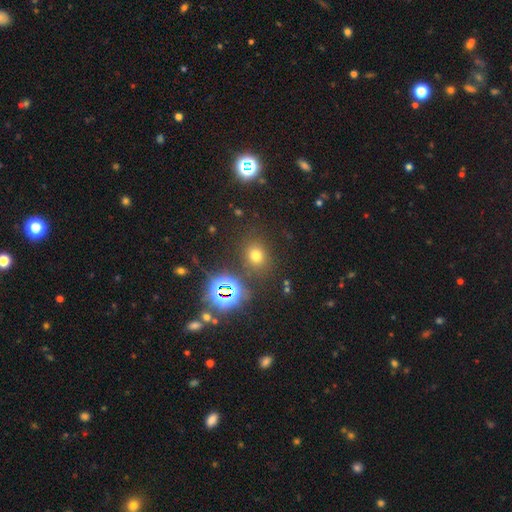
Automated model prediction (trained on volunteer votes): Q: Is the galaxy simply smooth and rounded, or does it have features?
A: smooth — 63%.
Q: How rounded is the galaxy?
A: round — 71%.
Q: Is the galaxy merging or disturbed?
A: none — 81%.